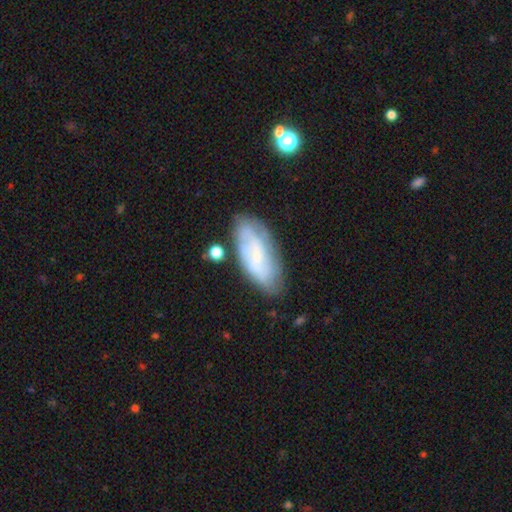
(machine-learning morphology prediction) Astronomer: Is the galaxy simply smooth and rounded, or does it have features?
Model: featured or disk — 57% (runner-up: smooth, 36%).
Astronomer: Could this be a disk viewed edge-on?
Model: no — 91%.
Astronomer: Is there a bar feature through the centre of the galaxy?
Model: no — 60%.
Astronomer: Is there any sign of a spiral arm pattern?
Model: yes — 76%.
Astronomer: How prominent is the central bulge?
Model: small — 74%.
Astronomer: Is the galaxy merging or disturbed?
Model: none — 69%.